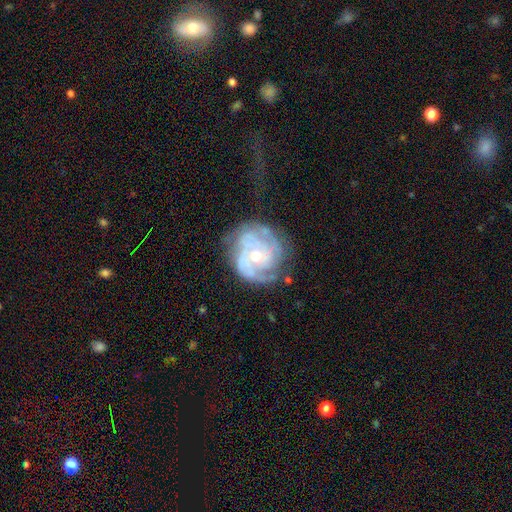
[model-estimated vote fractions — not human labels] featured or disk 86%, smooth 8%, star or artifact 6%. Down the decision tree: edge-on disk — no (98%); bar — no (70%); spiral arms — yes (95%); spiral arm count — 2 (29%); spiral winding — tight (63%); bulge size — small (49%); merging — none (63%).